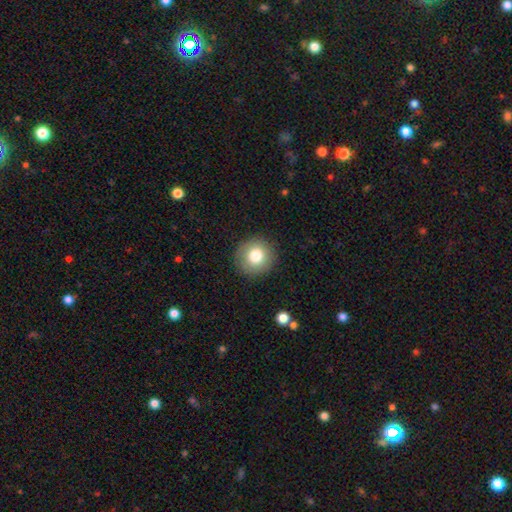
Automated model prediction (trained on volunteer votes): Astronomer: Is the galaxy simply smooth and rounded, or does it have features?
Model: smooth — 80%.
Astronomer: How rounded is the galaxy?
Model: round — 93%.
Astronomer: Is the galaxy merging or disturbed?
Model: none — 90%.